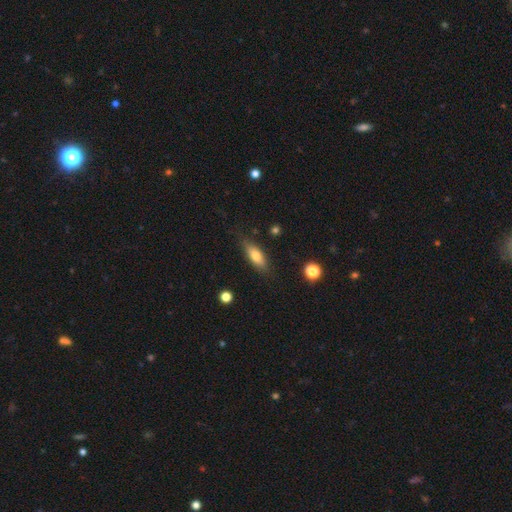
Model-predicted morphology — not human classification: Smooth or featured? Predicted: smooth (p=0.70). How rounded? Predicted: in between (p=0.65). Merging? Predicted: none (p=0.78).